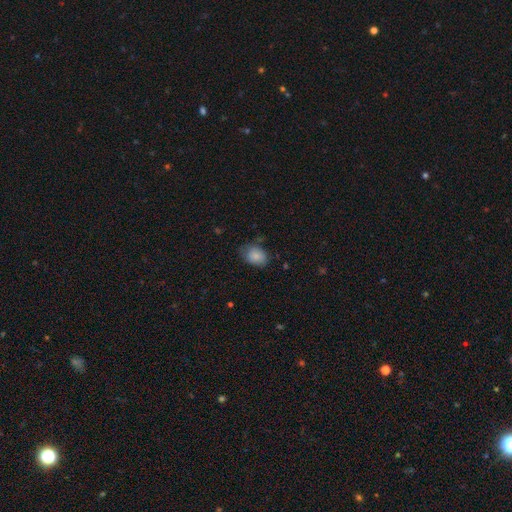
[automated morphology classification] smooth-or-featured: smooth: 84% | star or artifact: 8% | featured or disk: 7%
  how-rounded: in between: 73% | round: 26% | cigar-shaped: 1%
  merging: none: 65% | minor disturbance: 27% | major disturbance: 7% | merger: 2%